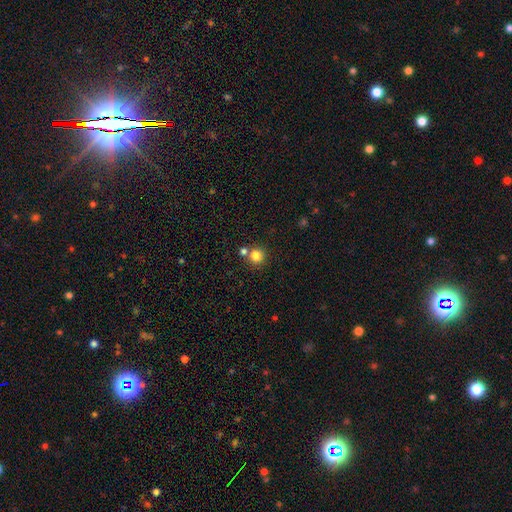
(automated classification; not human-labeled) This is clearly a smooth galaxy (82%). How rounded: clearly round (93%). Merging: likely none (71%).